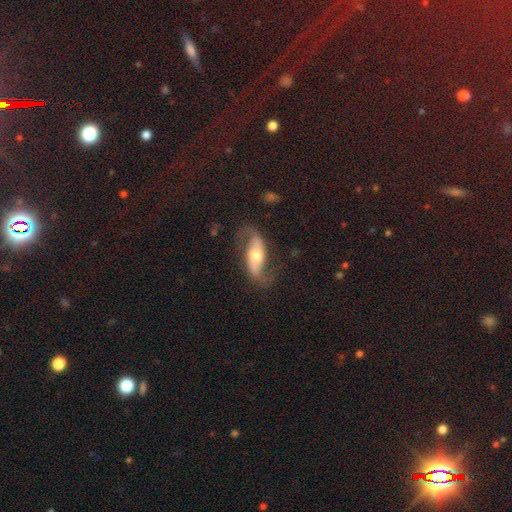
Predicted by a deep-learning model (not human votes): Morphology: type=featured or disk (78%); edge-on=no (89%); bar=no (44%); spiral arms=yes (91%); winding=loose (70%); arm count=2 (91%); bulge=moderate (67%); merging=none (71%).